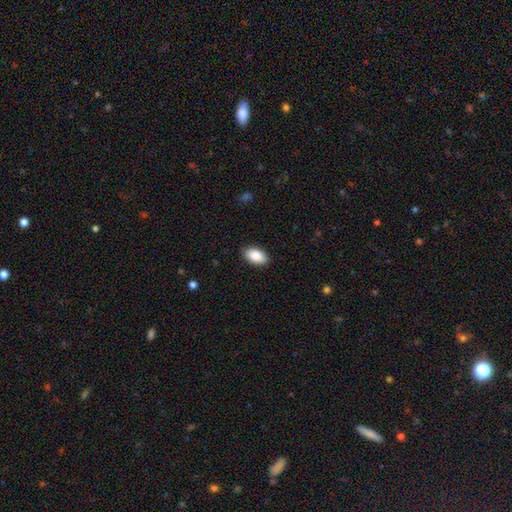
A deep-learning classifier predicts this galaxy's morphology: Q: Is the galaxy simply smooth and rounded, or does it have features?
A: smooth — 89%.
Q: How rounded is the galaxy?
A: in between — 94%.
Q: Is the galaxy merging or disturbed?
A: none — 88%.